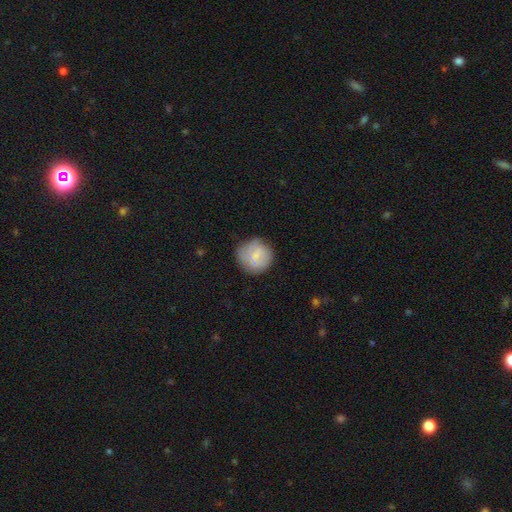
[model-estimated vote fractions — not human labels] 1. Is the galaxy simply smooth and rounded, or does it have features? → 72% smooth, 21% featured or disk, 7% star or artifact.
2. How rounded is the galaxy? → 91% round, 8% in between, 1% cigar-shaped.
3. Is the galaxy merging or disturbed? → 68% none, 22% minor disturbance, 7% major disturbance, 2% merger.